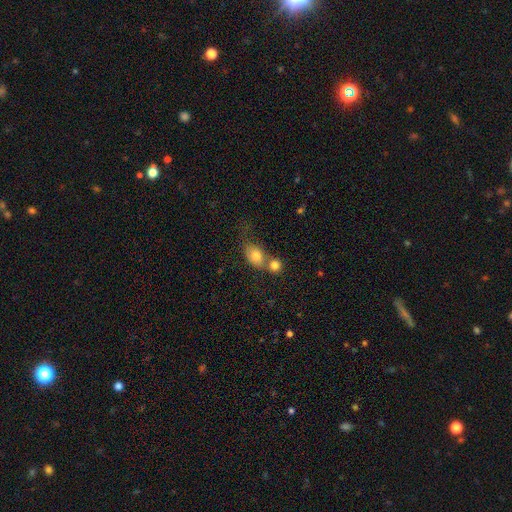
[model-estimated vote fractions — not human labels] Overall: smooth (79%). How rounded: in between (56%; round 42%). Merging: merger (54%; none 29%).